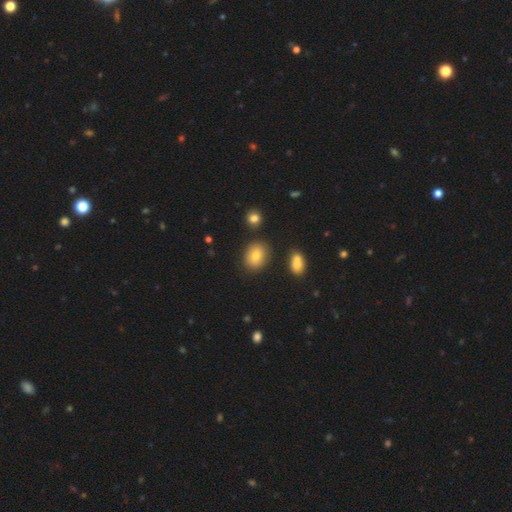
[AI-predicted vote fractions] smooth-or-featured: smooth: 78% | featured or disk: 11% | star or artifact: 11%
  how-rounded: in between: 53% | round: 46% | cigar-shaped: 1%
  merging: none: 83% | minor disturbance: 10% | merger: 4% | major disturbance: 3%